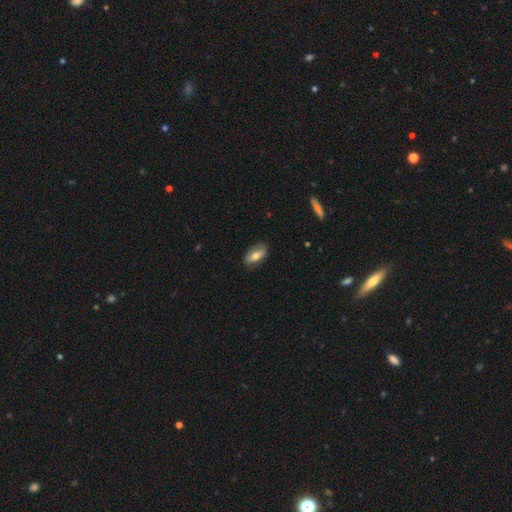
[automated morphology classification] smooth 64%, featured or disk 29%, star or artifact 7%. Down the decision tree: how rounded — in between (86%); merging — none (82%).